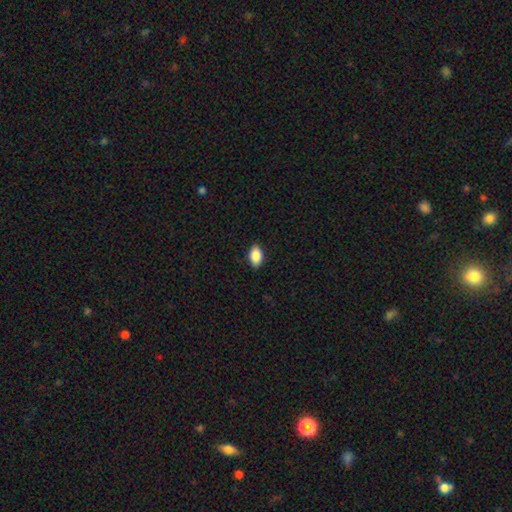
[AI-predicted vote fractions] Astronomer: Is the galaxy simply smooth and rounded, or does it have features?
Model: smooth — 86%.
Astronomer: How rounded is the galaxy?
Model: in between — 91%.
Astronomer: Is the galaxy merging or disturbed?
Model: none — 89%.